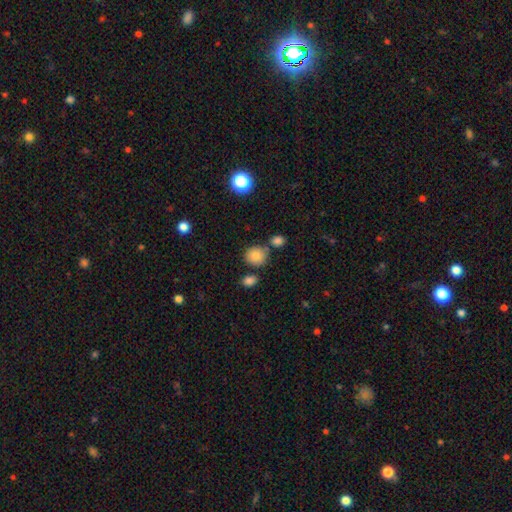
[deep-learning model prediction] This is clearly a smooth galaxy (83%). How rounded: likely round (79%). Merging: likely none (68%).